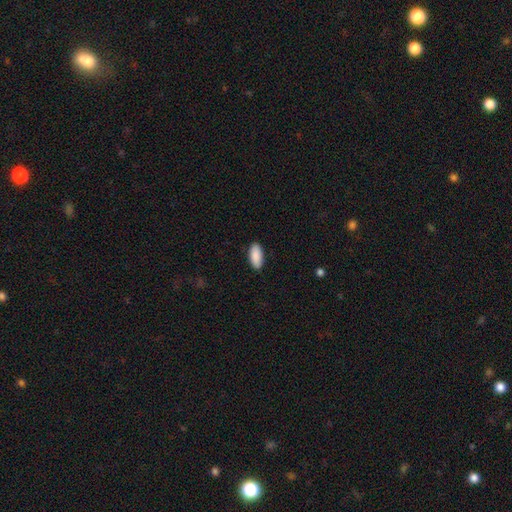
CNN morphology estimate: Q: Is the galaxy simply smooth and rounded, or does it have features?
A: smooth — 90%.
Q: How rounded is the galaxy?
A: in between — 89%.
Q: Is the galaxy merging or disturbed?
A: none — 89%.